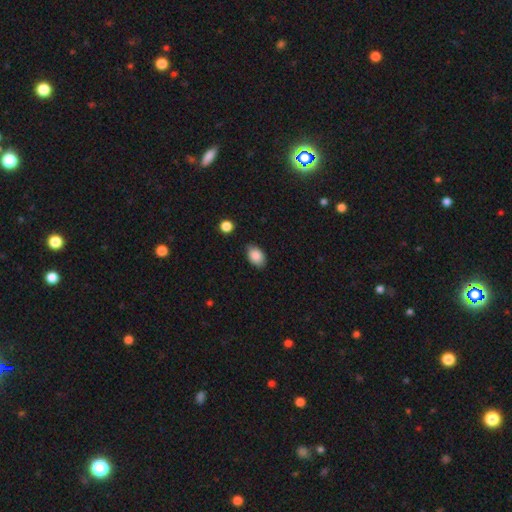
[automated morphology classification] A smooth galaxy with no disk features (87%) that is in between round and cigar-shaped (82%).

Vote fractions:
- Smooth or featured? smooth: 87% / star or artifact: 8% / featured or disk: 5%
- How rounded? in between: 82% / round: 16% / cigar-shaped: 1%
- Merging? none: 75% / minor disturbance: 19% / major disturbance: 3% / merger: 2%